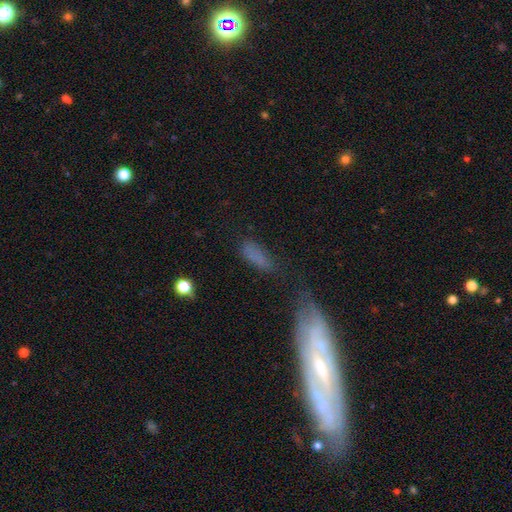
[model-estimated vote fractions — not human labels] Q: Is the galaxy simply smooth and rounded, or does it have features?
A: smooth — 68%.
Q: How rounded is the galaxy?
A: in between — 64%.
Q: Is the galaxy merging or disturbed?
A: none — 49%.